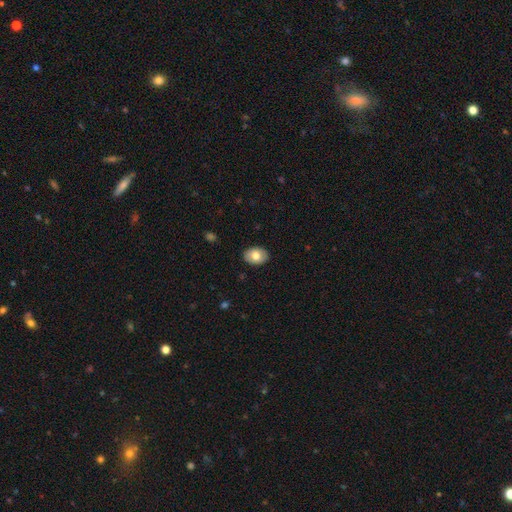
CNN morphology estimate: smooth-or-featured: smooth: 73% | featured or disk: 20% | star or artifact: 7%
  how-rounded: in between: 76% | round: 23% | cigar-shaped: 1%
  merging: none: 88% | minor disturbance: 9% | major disturbance: 2% | merger: 1%